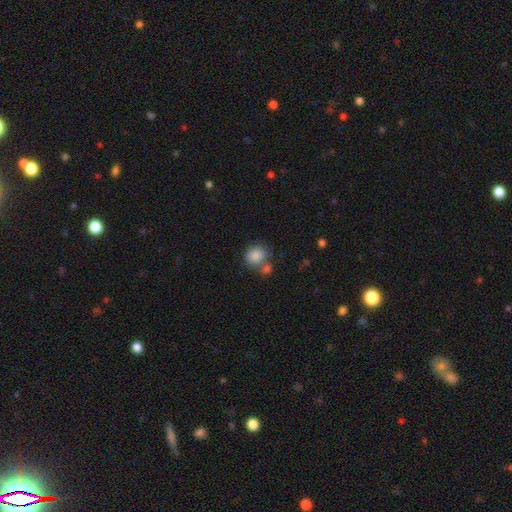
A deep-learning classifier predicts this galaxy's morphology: This is clearly a smooth galaxy (85%). How rounded: likely round (73%). Merging: possibly none (47%).